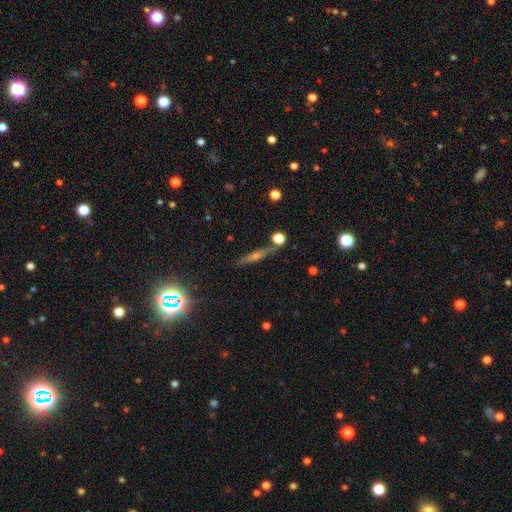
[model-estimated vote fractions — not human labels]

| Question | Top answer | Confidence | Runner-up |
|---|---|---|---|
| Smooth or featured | featured or disk | 60% | smooth (22%) |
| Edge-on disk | yes | 94% | no (6%) |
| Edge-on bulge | rounded | 84% | none (9%) |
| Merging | none | 82% | minor disturbance (9%) |